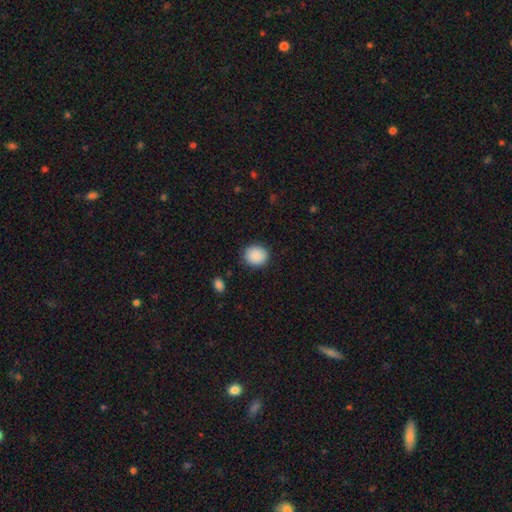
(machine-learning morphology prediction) A smooth galaxy with no disk features (90%) that is round (77%). Merging: none (89%).